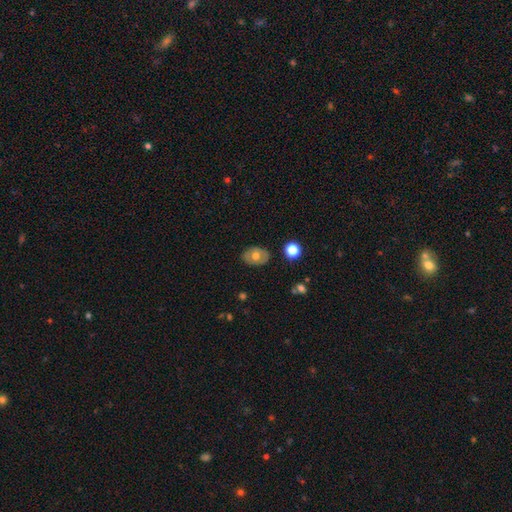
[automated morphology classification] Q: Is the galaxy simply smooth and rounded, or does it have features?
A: smooth — 55%.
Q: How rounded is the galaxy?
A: in between — 74%.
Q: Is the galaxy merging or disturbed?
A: none — 84%.